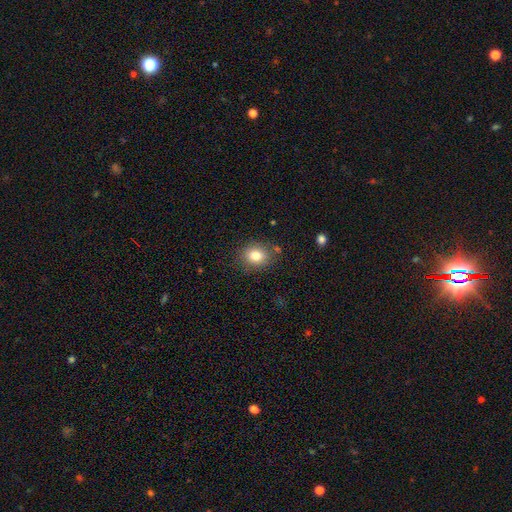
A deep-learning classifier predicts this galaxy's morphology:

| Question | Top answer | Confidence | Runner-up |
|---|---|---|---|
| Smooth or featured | smooth | 81% | star or artifact (10%) |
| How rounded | round | 53% | in between (46%) |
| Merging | none | 81% | minor disturbance (13%) |